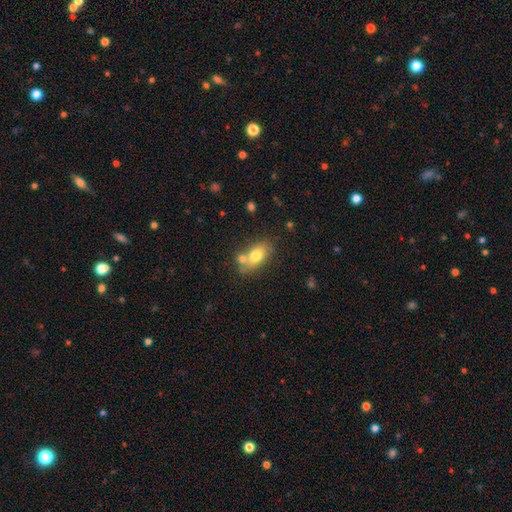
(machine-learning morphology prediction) A smooth galaxy with no disk features (74%) that is in between round and cigar-shaped (83%).

Vote fractions:
- Smooth or featured? smooth: 74% / featured or disk: 17% / star or artifact: 8%
- How rounded? in between: 83% / round: 13% / cigar-shaped: 4%
- Merging? none: 54% / merger: 27% / minor disturbance: 14% / major disturbance: 4%